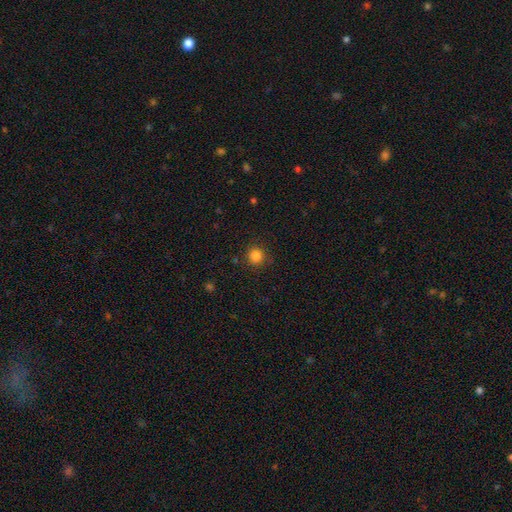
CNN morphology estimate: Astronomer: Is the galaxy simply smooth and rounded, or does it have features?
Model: smooth — 84%.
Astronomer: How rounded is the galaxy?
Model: round — 93%.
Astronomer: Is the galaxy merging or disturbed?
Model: none — 89%.